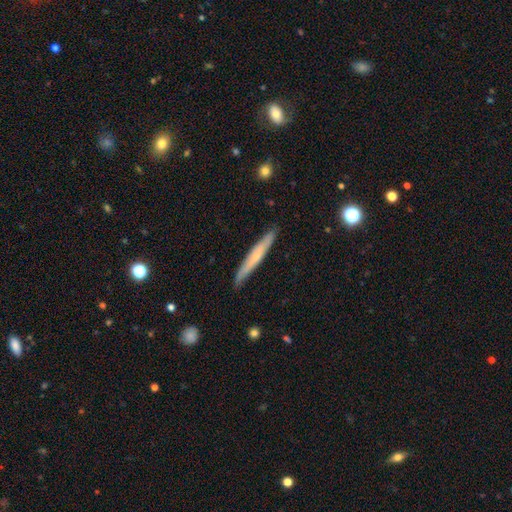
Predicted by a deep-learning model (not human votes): This is possibly a smooth galaxy (49%). Merging: clearly none (87%).